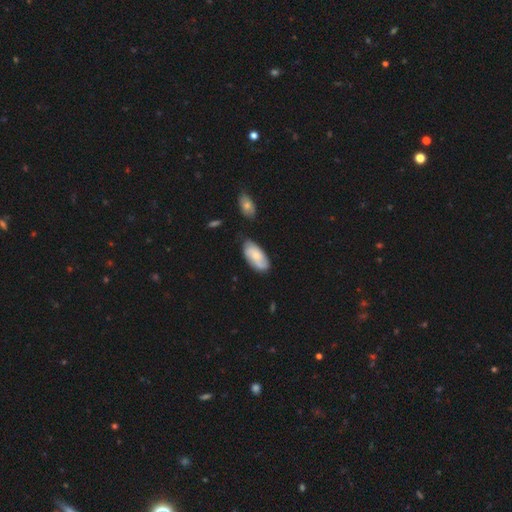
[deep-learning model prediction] Smooth or featured?
  - smooth: 52% *
  - featured or disk: 41%
  - star or artifact: 6%
How rounded?
  - in between: 91% *
  - cigar-shaped: 6%
  - round: 3%
Merging?
  - none: 70% *
  - minor disturbance: 20%
  - merger: 5%
  - major disturbance: 5%